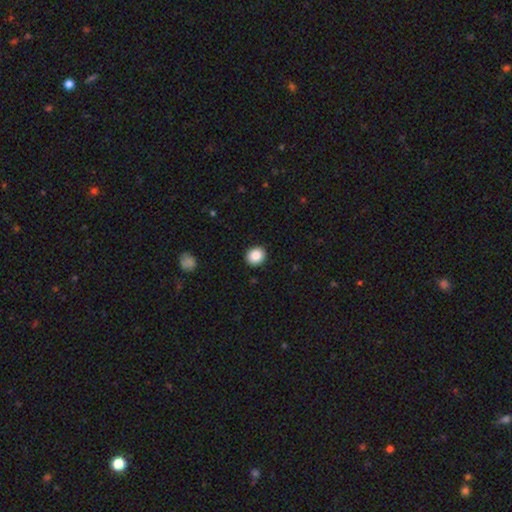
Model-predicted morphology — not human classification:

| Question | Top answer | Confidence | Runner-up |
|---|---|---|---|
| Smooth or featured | smooth | 87% | star or artifact (9%) |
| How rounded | round | 81% | in between (18%) |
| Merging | none | 92% | minor disturbance (5%) |